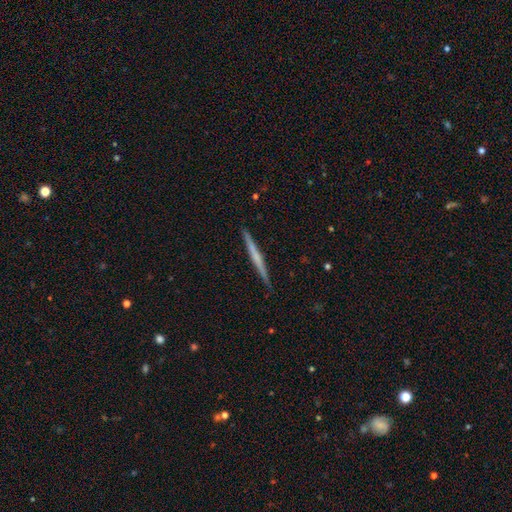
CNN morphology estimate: type=featured or disk (59%); edge-on=yes (98%); edge-on bulge=none (68%); merging=none (91%).